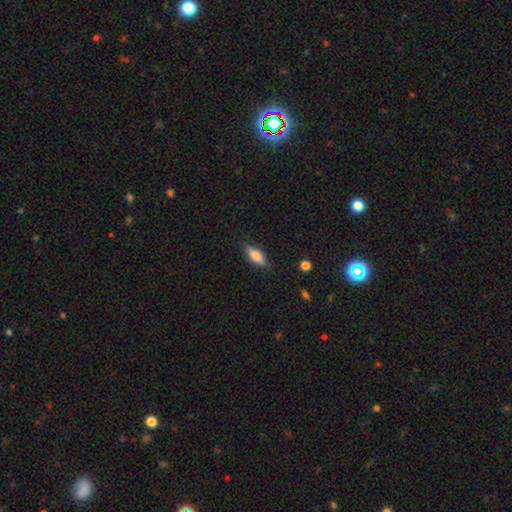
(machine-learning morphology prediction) type=smooth (75%); roundness=in between (66%); merging=none (81%).